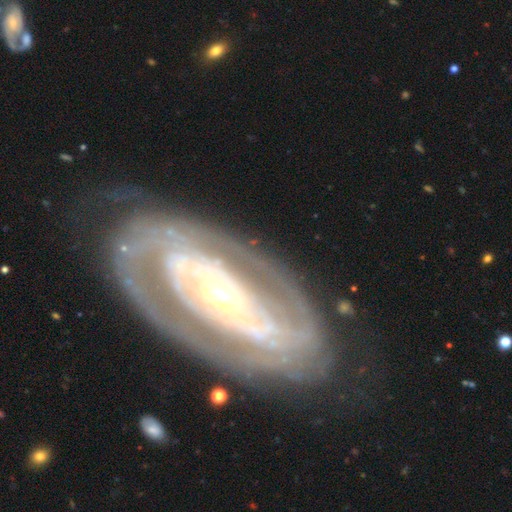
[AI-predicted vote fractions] A featured or disk galaxy (85%) with no bar (57%), 2 (42%) tight (67%) spiral arms (79%) and a small central bulge (59%).

Vote fractions:
- Smooth or featured? featured or disk: 85% / smooth: 10% / star or artifact: 5%
- Edge-on disk? no: 92% / yes: 8%
- Bar? no: 57% / weak: 22% / strong: 21%
- Spiral arms? yes: 79% / no: 21%
- Spiral winding? tight: 67% / medium: 24% / loose: 9%
- Spiral arm count? 2: 42% / can't tell: 37% / 3: 8% / 1: 5% / 4: 4% / more than 4: 4%
- Bulge size? small: 59% / moderate: 34% / large: 4% / dominant: 1% / none: 1%
- Merging? none: 74% / minor disturbance: 15% / major disturbance: 9% / merger: 2%